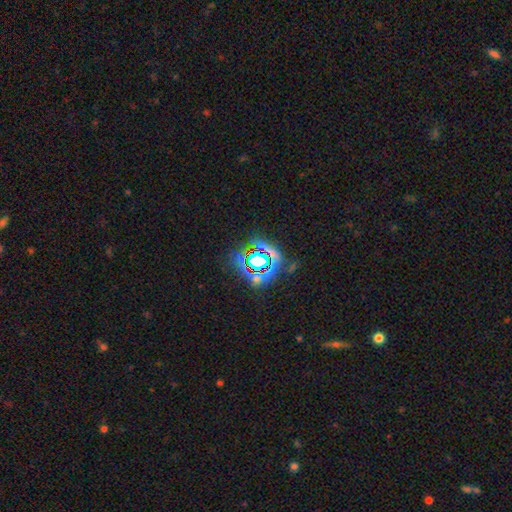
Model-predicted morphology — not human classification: A star or artifact, not a galaxy (71%).

Vote fractions:
- Smooth or featured? star or artifact: 71% / smooth: 18% / featured or disk: 11%